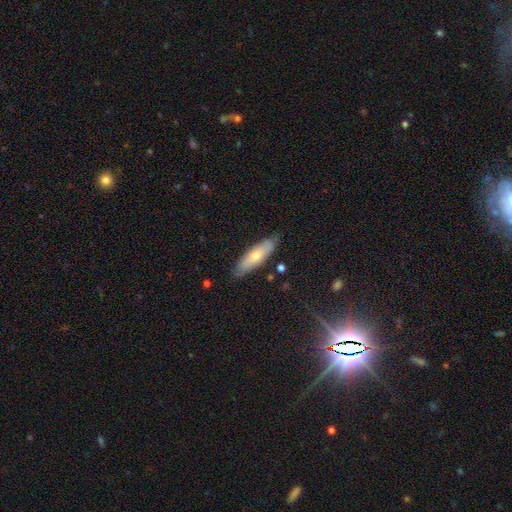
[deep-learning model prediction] A smooth galaxy with no disk features (58%) that is cigar-shaped (55%). Merging: none (84%).